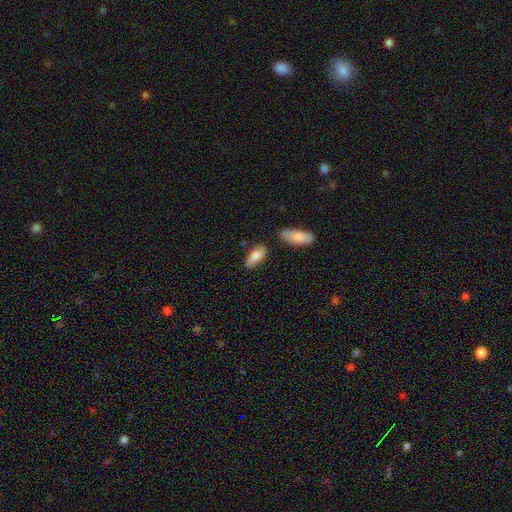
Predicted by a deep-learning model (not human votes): Q: Smooth or featured?
A: smooth (77%); runner-up: featured or disk (17%)
Q: How rounded?
A: in between (82%); runner-up: cigar-shaped (15%)
Q: Merging?
A: none (70%); runner-up: minor disturbance (20%)